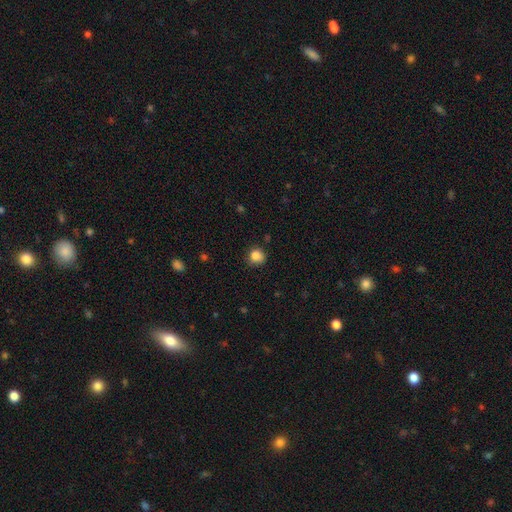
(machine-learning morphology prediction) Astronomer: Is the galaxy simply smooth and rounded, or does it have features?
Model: smooth — 85%.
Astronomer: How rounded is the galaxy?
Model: round — 85%.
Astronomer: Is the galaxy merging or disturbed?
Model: none — 79%.